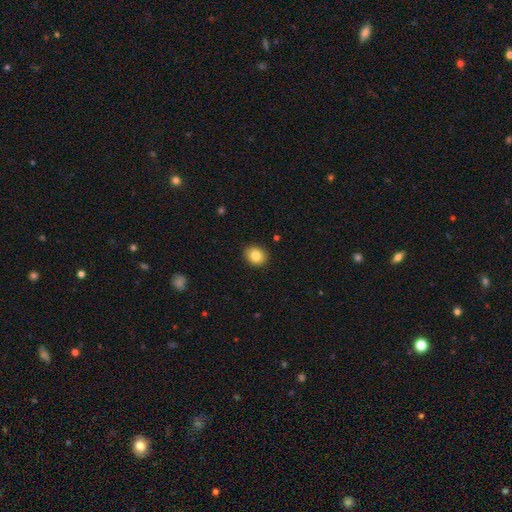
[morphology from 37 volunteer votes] Smooth or featured? 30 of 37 (81%) said smooth. How rounded? 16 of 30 (53%) said in between. Merging? 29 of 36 (81%) said none.